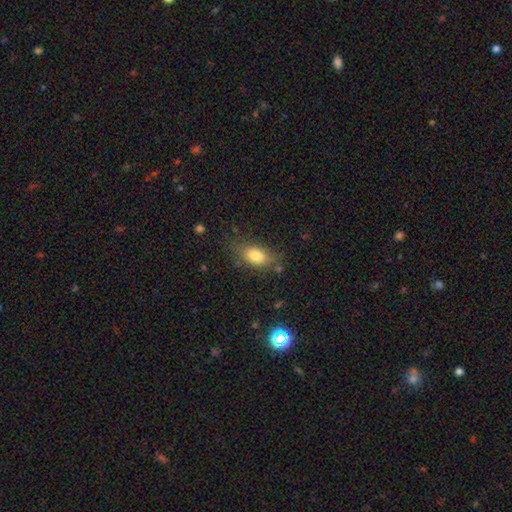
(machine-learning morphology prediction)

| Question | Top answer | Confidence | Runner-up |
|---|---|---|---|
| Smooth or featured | smooth | 80% | featured or disk (11%) |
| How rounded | in between | 86% | round (8%) |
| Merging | none | 71% | minor disturbance (19%) |